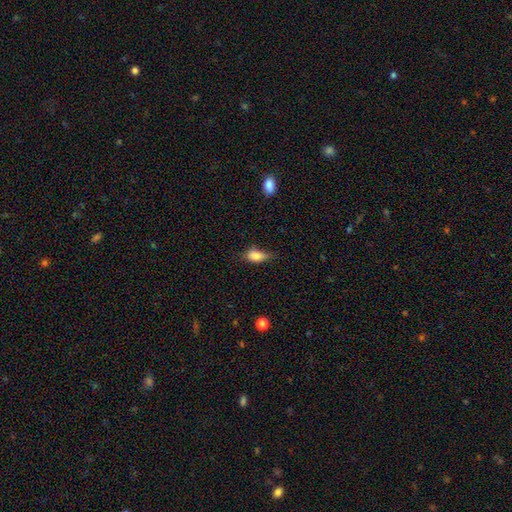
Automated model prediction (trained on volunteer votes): Smooth or featured? Predicted: smooth (p=0.81). How rounded? Predicted: in between (p=0.83). Merging? Predicted: minor disturbance (p=0.42).